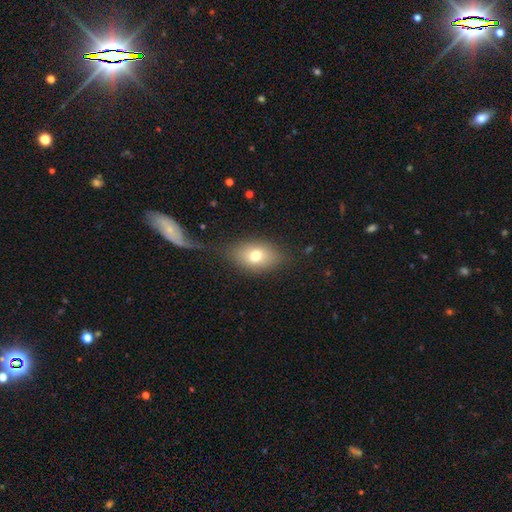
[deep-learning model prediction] The model was most divided on "merging": none: 69%, minor disturbance: 16%, major disturbance: 9%, merger: 6%. More confident: how rounded — in between (80%); smooth or featured — smooth (74%).